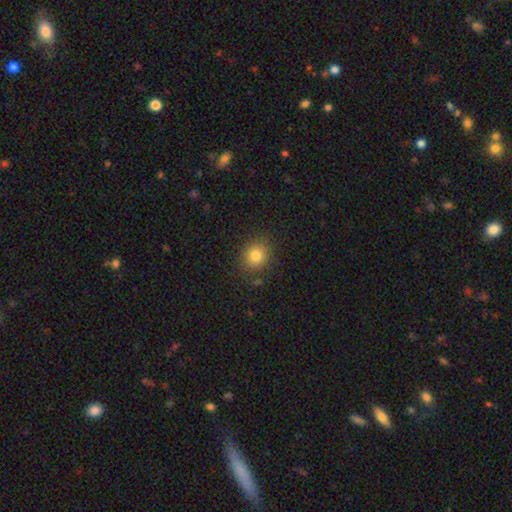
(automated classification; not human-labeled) Smooth or featured?
  - smooth: 81% *
  - star or artifact: 12%
  - featured or disk: 7%
How rounded?
  - round: 75% *
  - in between: 24%
  - cigar-shaped: 1%
Merging?
  - none: 84% *
  - minor disturbance: 11%
  - major disturbance: 3%
  - merger: 2%